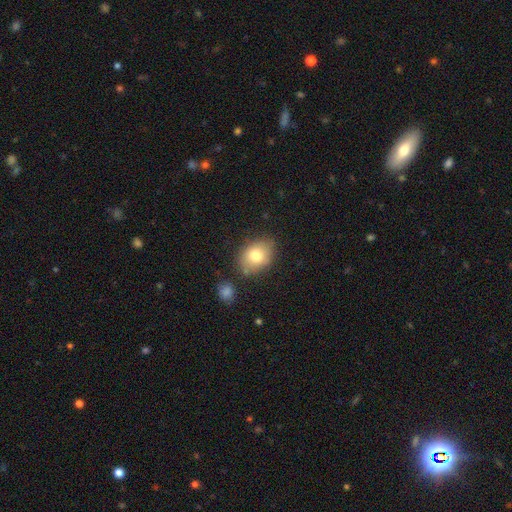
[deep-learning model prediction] smooth 77%, featured or disk 14%, star or artifact 9%. Down the decision tree: how rounded — in between (66%); merging — none (73%).